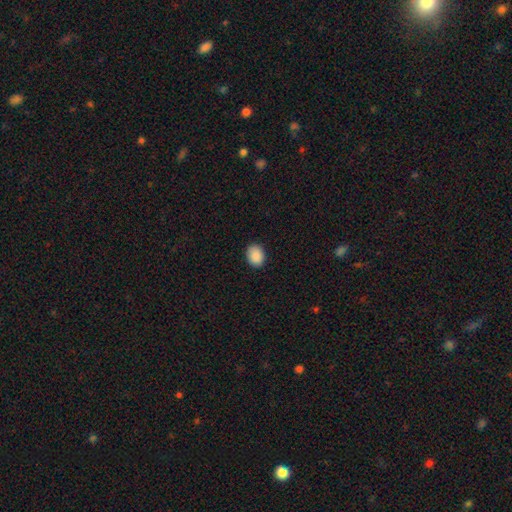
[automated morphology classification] Smooth or featured? Predicted: smooth (p=0.90). How rounded? Predicted: in between (p=0.63). Merging? Predicted: none (p=0.89).